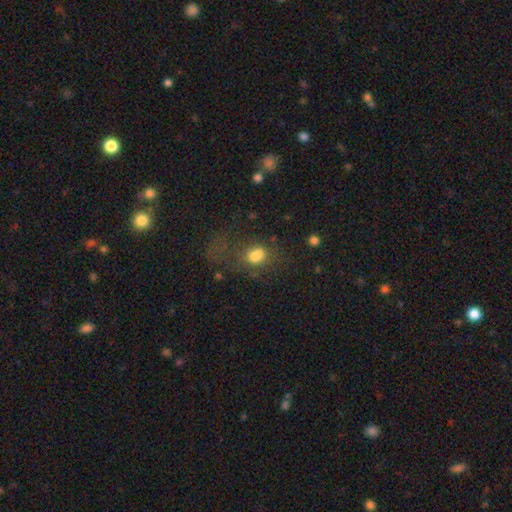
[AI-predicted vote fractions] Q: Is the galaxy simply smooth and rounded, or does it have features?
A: smooth — 69%.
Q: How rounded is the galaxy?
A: in between — 62%.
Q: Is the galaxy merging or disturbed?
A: none — 37%.